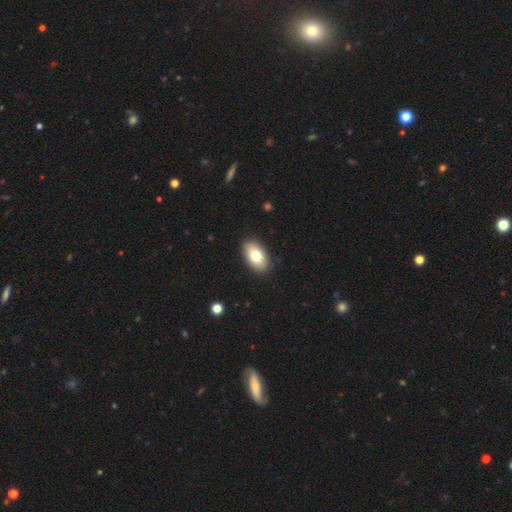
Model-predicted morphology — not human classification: smooth 77%, featured or disk 16%, star or artifact 7%. Down the decision tree: how rounded — in between (93%); merging — none (89%).